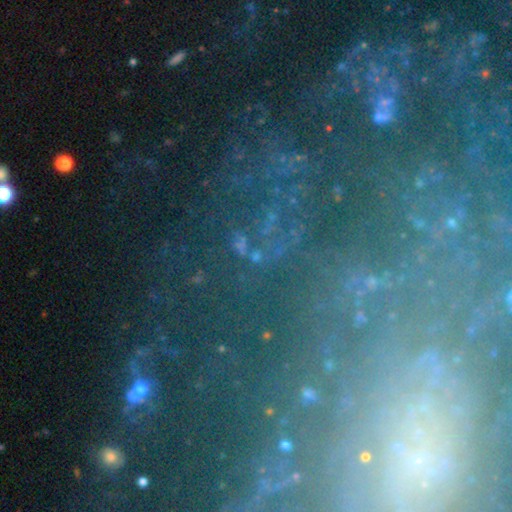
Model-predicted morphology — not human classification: Smooth or featured?
  - star or artifact: 54% *
  - featured or disk: 30%
  - smooth: 16%